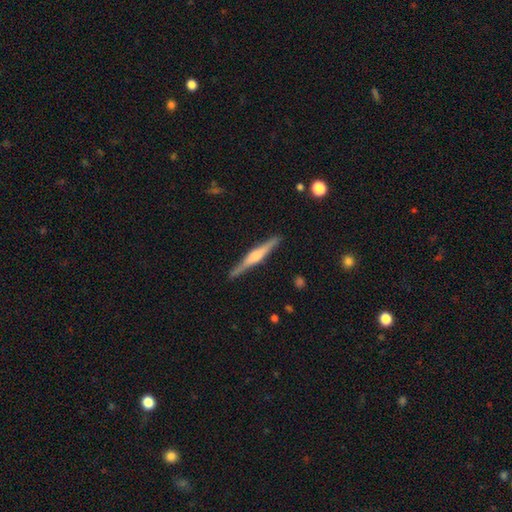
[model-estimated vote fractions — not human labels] featured or disk 76%, smooth 19%, star or artifact 6%. Down the decision tree: edge-on disk — yes (98%); edge-on bulge — rounded (76%); merging — none (90%).